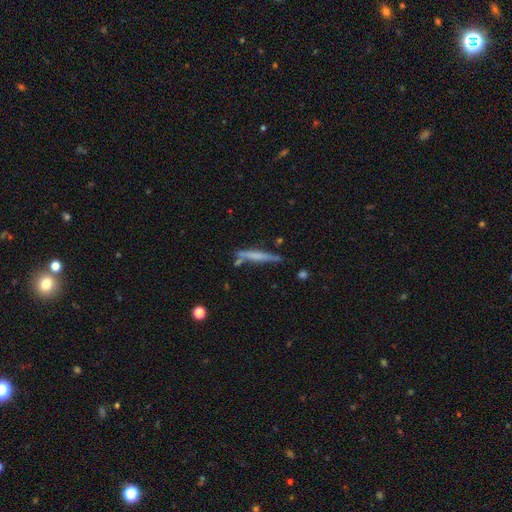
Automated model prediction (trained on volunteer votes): A smooth galaxy with no disk features (48%).

Vote fractions:
- Smooth or featured? smooth: 48% / featured or disk: 45% / star or artifact: 7%
- Merging? none: 76% / minor disturbance: 14% / merger: 7% / major disturbance: 3%